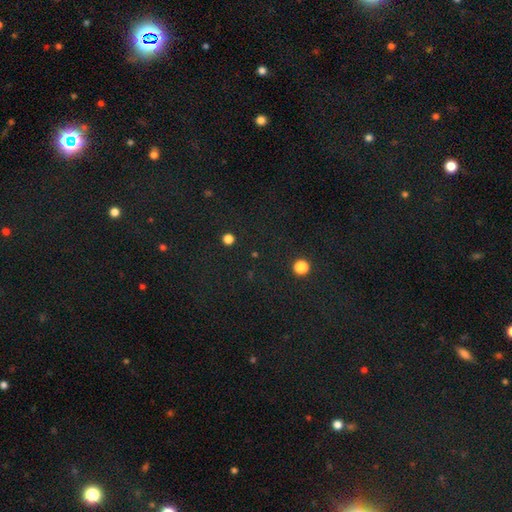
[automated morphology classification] Overall: star or artifact (75%).